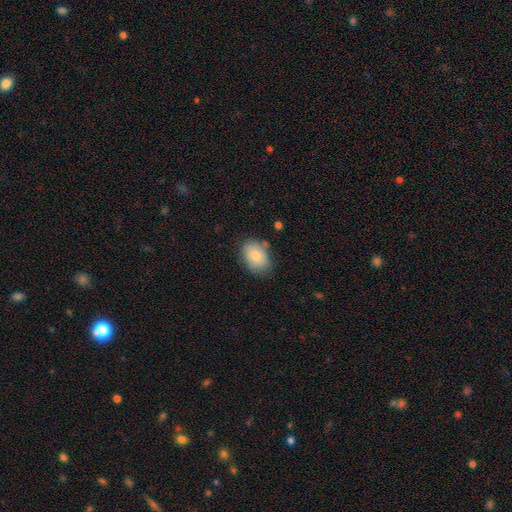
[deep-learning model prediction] Q: Smooth or featured?
A: smooth (82%); runner-up: featured or disk (11%)
Q: How rounded?
A: in between (82%); runner-up: round (17%)
Q: Merging?
A: none (71%); runner-up: minor disturbance (21%)